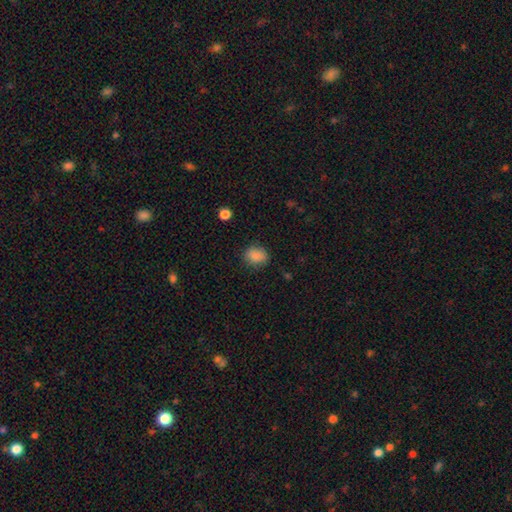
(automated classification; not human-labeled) Smooth or featured: smooth — 85% (star or artifact — 9%)
How rounded: round — 59% (in between — 40%)
Merging: none — 79% (minor disturbance — 16%)